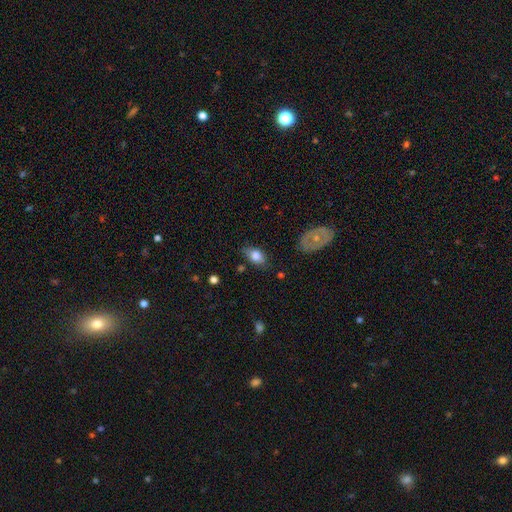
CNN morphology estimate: smooth-or-featured: smooth: 77% | featured or disk: 15% | star or artifact: 7%
  how-rounded: in between: 86% | round: 11% | cigar-shaped: 3%
  merging: none: 71% | minor disturbance: 22% | major disturbance: 5% | merger: 2%